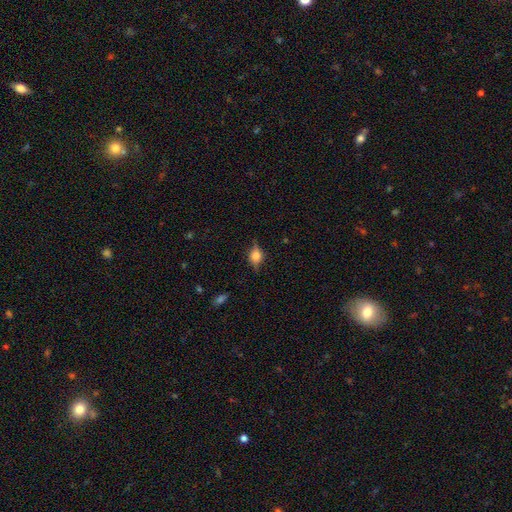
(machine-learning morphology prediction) The model was most divided on "smooth or featured": smooth: 47%, featured or disk: 41%, star or artifact: 11%. More confident: merging — none (73%).